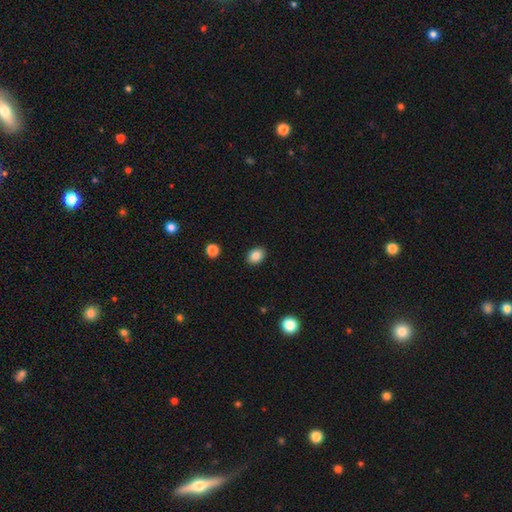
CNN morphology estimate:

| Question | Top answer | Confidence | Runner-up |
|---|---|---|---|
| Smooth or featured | smooth | 86% | star or artifact (9%) |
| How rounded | in between | 67% | round (32%) |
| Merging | none | 89% | minor disturbance (7%) |